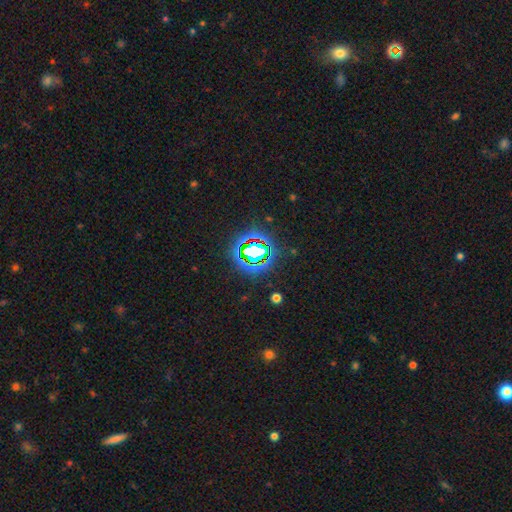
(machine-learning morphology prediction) star or artifact 72%, smooth 17%, featured or disk 11%.